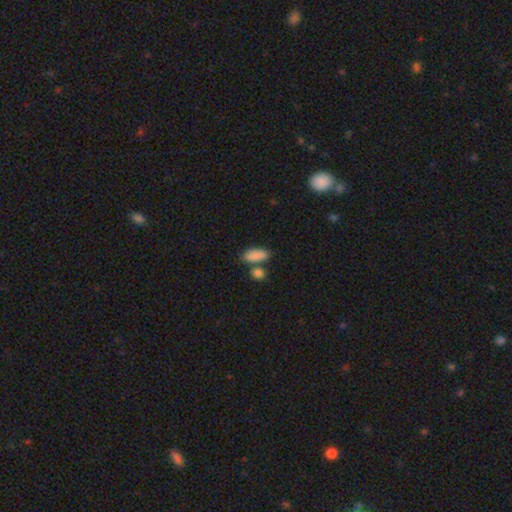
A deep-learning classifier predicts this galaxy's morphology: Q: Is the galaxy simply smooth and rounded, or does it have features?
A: smooth — 87%.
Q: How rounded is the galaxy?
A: in between — 84%.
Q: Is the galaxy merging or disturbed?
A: none — 63%.